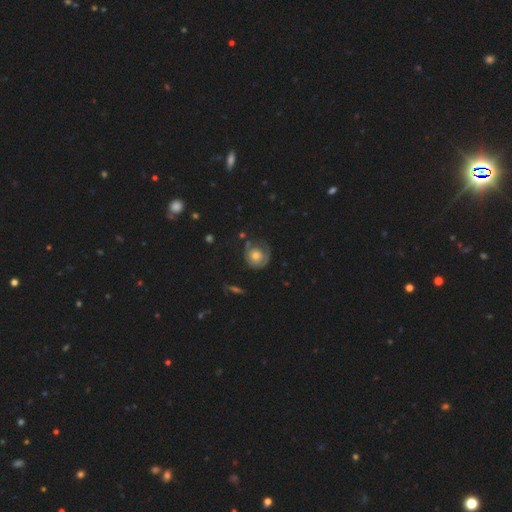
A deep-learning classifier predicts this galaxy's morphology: The model was most divided on "smooth or featured": featured or disk: 58%, smooth: 35%, star or artifact: 7%. More confident: edge-on disk — no (97%); bar — no (85%); spiral arms — yes (72%); bulge size — moderate (57%); merging — none (54%).